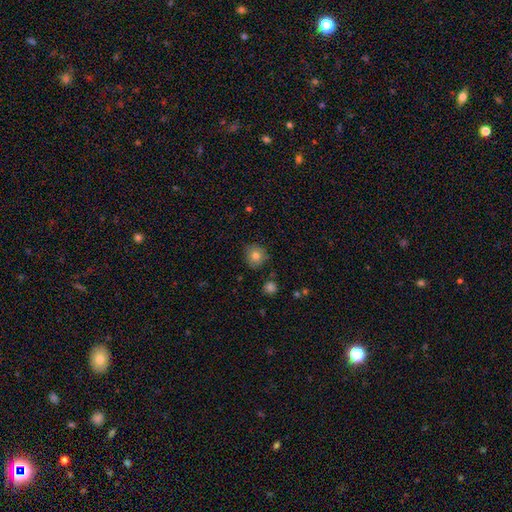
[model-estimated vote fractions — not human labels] Smooth or featured? smooth (80%)
How rounded? round (90%)
Merging? none (85%)